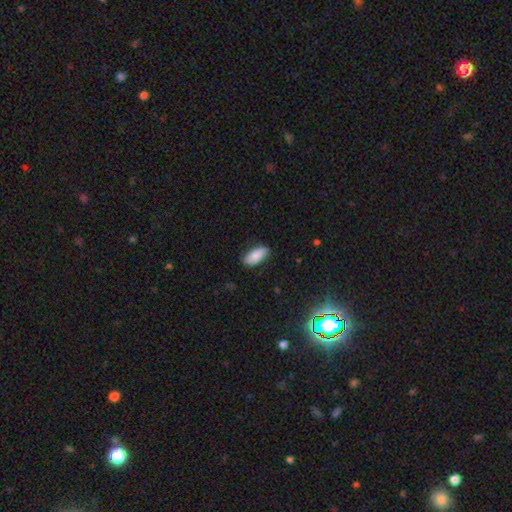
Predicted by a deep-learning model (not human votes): A smooth galaxy with no disk features (80%) that is in between round and cigar-shaped (88%).

Vote fractions:
- Smooth or featured? smooth: 80% / featured or disk: 13% / star or artifact: 7%
- How rounded? in between: 88% / cigar-shaped: 10% / round: 2%
- Merging? none: 82% / minor disturbance: 14% / major disturbance: 3% / merger: 1%